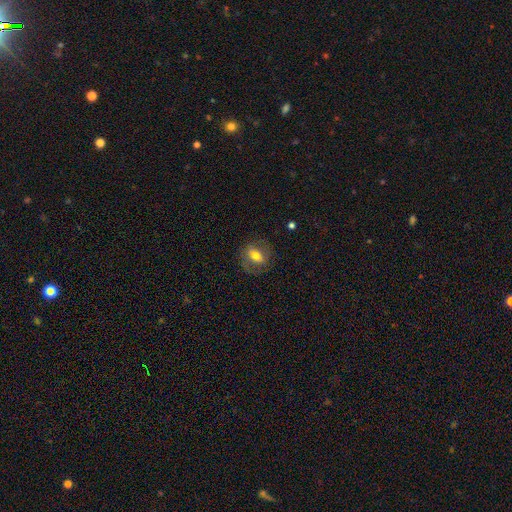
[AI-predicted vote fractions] Smooth or featured? smooth (56%)
How rounded? in between (54%)
Merging? none (74%)